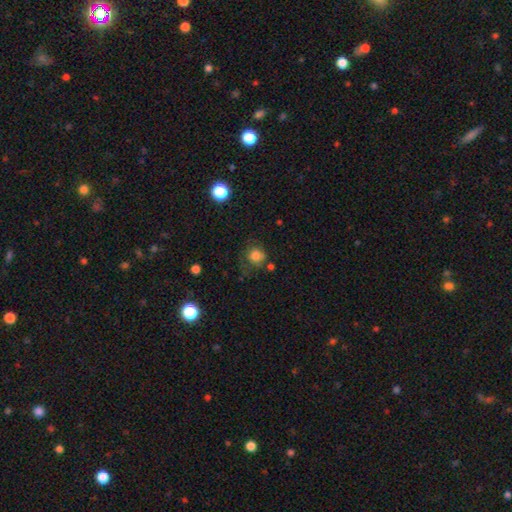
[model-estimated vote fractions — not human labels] This is likely a smooth galaxy (76%). How rounded: clearly round (81%). Merging: possibly none (51%).